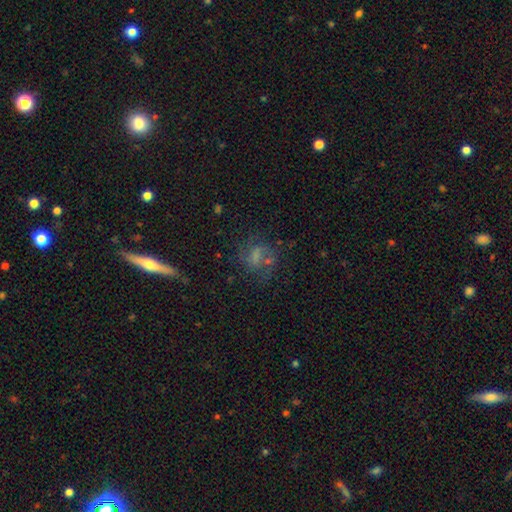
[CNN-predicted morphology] Smooth or featured? featured or disk (43%)
Merging? none (48%)